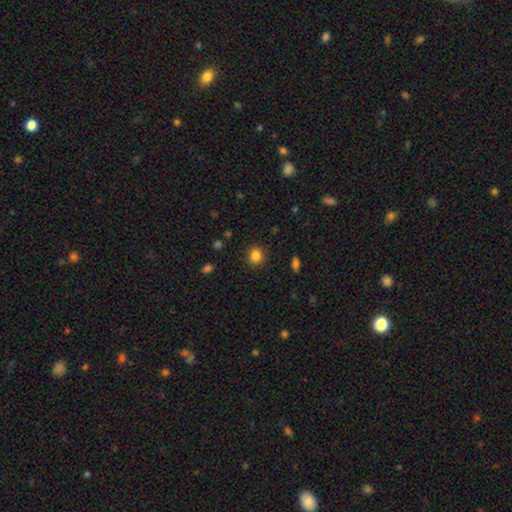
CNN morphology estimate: type=smooth (84%); roundness=round (88%); merging=none (90%).